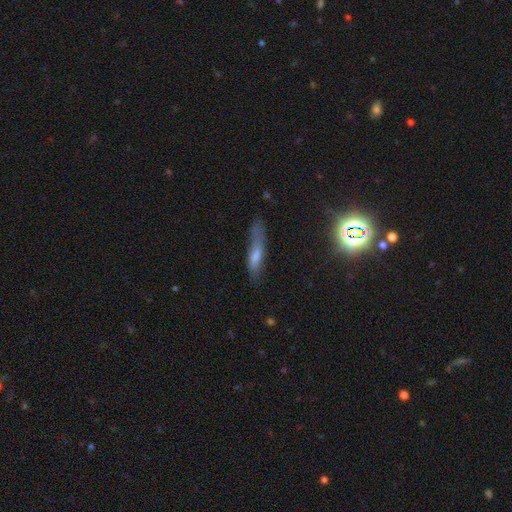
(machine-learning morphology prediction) A smooth galaxy with no disk features (51%) that is cigar-shaped (77%). Merging: none (59%).